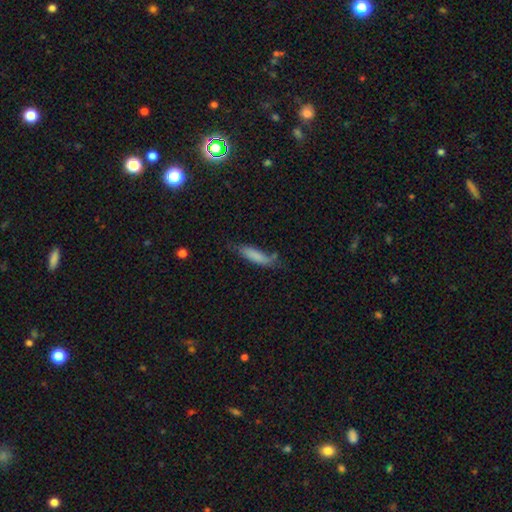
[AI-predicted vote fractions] A smooth galaxy with no disk features (79%) that is cigar-shaped (62%). Merging: none (54%).